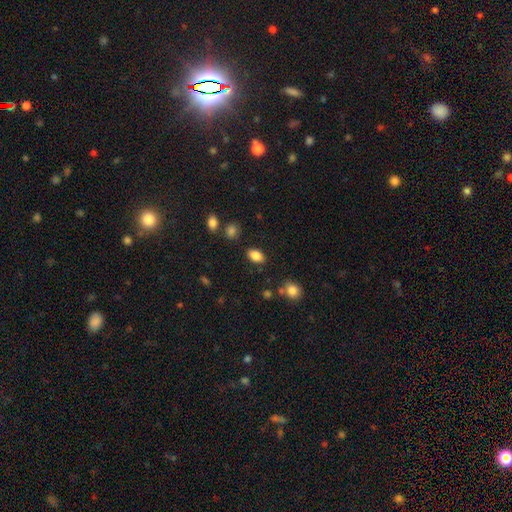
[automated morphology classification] Overall: smooth (86%). How rounded: in between (89%). Merging: none (83%).